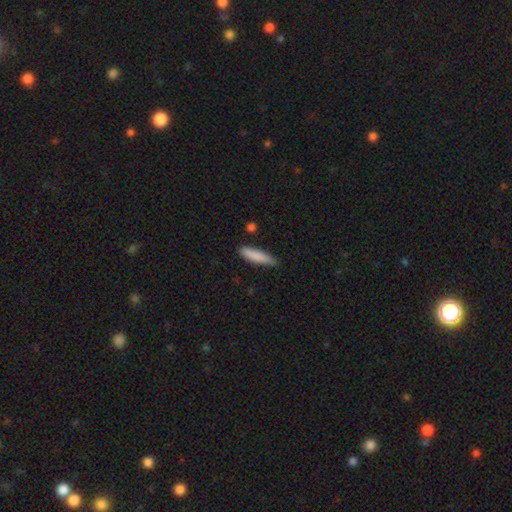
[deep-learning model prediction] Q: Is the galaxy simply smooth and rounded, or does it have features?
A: smooth — 83%.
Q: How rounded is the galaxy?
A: cigar-shaped — 79%.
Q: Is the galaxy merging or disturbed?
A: none — 74%.